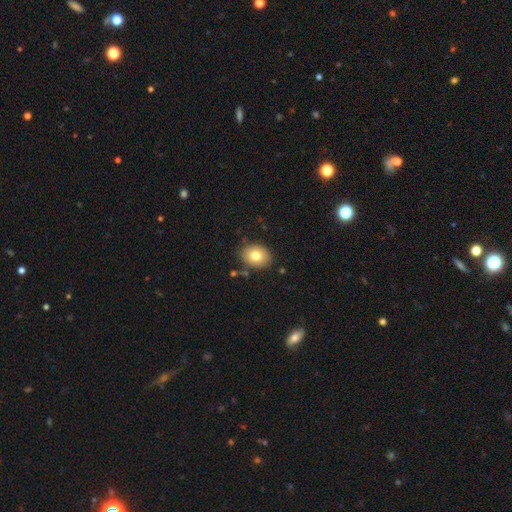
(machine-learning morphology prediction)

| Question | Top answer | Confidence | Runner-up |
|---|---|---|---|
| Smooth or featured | smooth | 77% | featured or disk (13%) |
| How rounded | in between | 55% | round (44%) |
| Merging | none | 84% | minor disturbance (11%) |